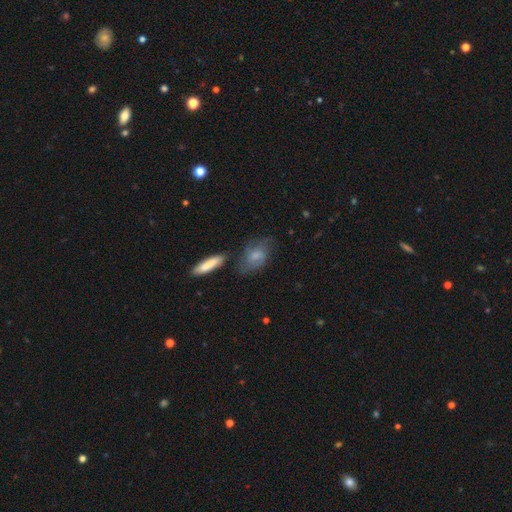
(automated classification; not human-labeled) This appears to be a smooth galaxy with no disk features (51%) that is in between round and cigar-shaped (79%). Merging: none (54%).